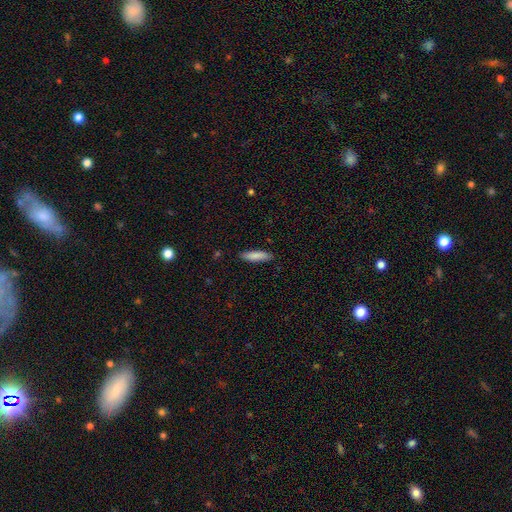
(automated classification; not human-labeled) This is clearly a smooth galaxy (85%). How rounded: likely cigar-shaped (72%). Merging: clearly none (88%).